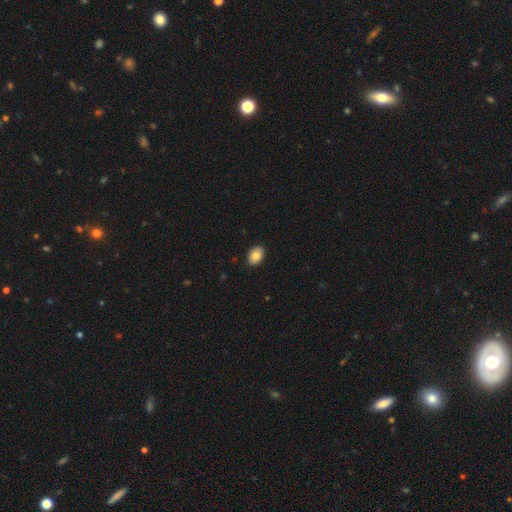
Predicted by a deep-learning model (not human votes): smooth 84%, featured or disk 8%, star or artifact 8%. Down the decision tree: how rounded — in between (80%); merging — none (90%).